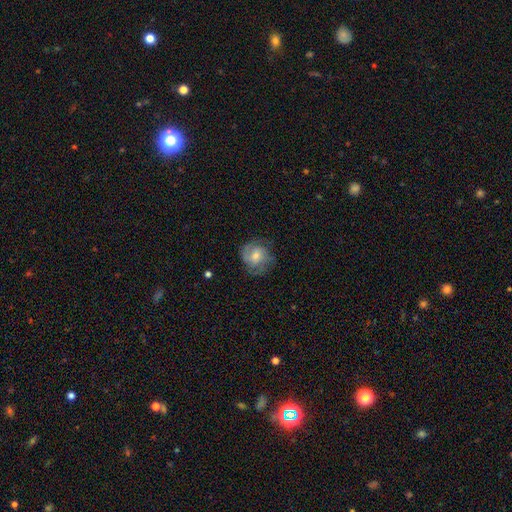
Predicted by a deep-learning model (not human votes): featured or disk 59%, smooth 32%, star or artifact 9%. Down the decision tree: edge-on disk — no (97%); bar — no (56%); spiral arms — yes (87%); spiral arm count — 2 (33%); spiral winding — tight (48%); bulge size — moderate (56%); merging — none (73%).